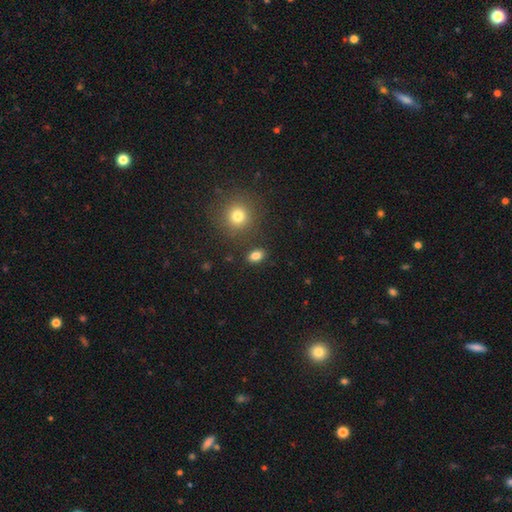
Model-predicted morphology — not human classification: A smooth galaxy with no disk features (83%) that is in between round and cigar-shaped (78%).

Vote fractions:
- Smooth or featured? smooth: 83% / star or artifact: 12% / featured or disk: 5%
- How rounded? in between: 78% / round: 20% / cigar-shaped: 2%
- Merging? none: 85% / minor disturbance: 9% / merger: 4% / major disturbance: 3%